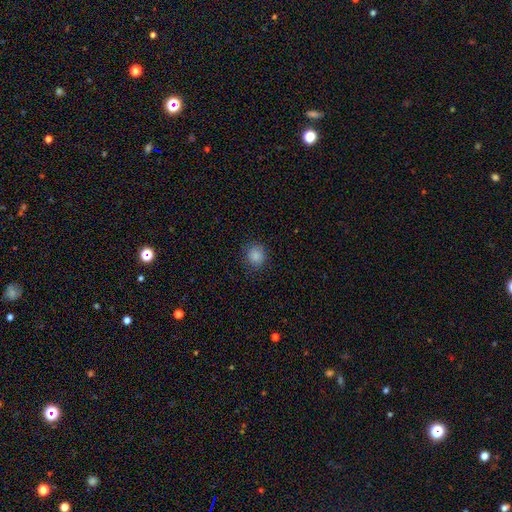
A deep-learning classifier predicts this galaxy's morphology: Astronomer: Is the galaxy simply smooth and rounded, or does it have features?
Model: smooth — 87%.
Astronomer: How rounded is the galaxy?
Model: round — 84%.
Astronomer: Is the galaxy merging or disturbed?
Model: none — 86%.